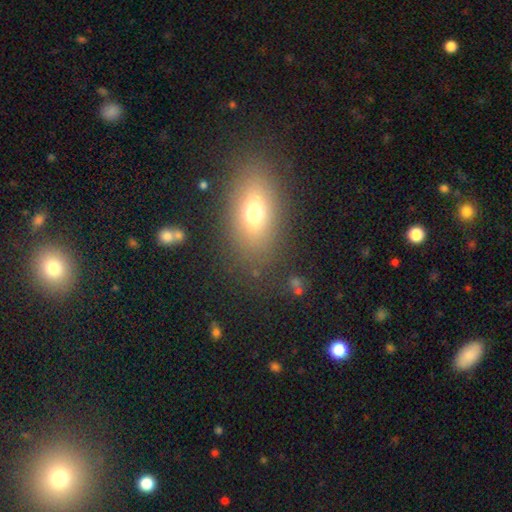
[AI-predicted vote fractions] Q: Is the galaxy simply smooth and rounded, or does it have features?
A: smooth — 67%.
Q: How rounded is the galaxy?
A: in between — 82%.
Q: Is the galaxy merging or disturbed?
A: none — 84%.